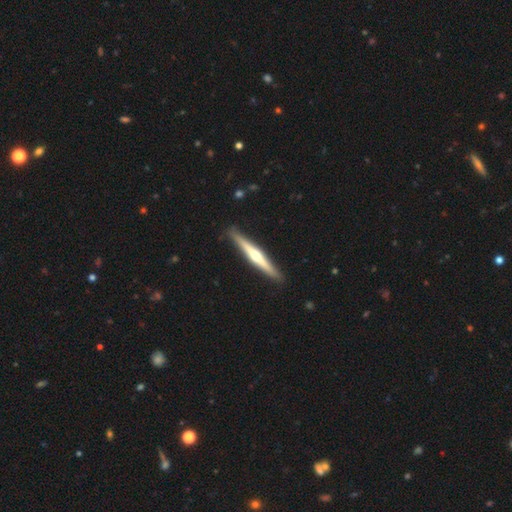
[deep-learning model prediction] Smooth or featured? Predicted: featured or disk (p=0.72). Edge-on disk? Predicted: yes (p=0.98). Edge-on bulge? Predicted: rounded (p=0.89). Merging? Predicted: none (p=0.91).